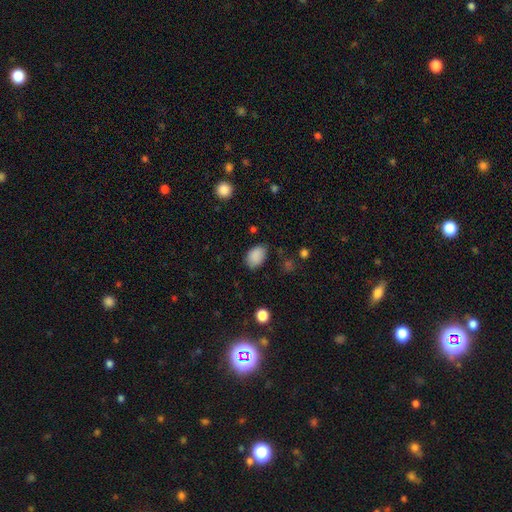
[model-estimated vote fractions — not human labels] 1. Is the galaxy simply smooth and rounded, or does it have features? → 88% smooth, 8% star or artifact, 4% featured or disk.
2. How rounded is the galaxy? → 83% in between, 16% round, 1% cigar-shaped.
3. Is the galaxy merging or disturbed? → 75% none, 19% minor disturbance, 4% major disturbance, 2% merger.